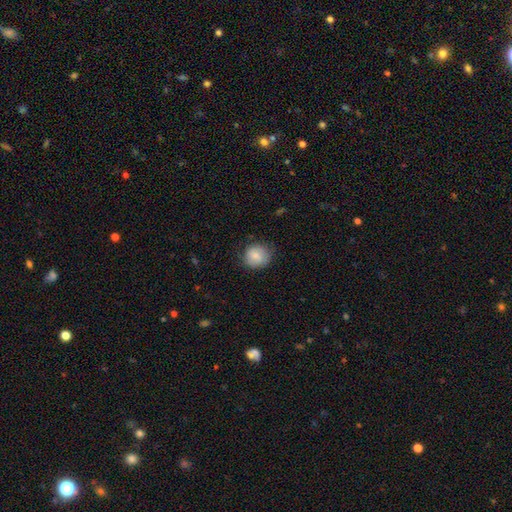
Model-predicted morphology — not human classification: The model was most divided on "merging": none: 75%, minor disturbance: 19%, major disturbance: 5%, merger: 1%. More confident: how rounded — round (80%); smooth or featured — smooth (79%).